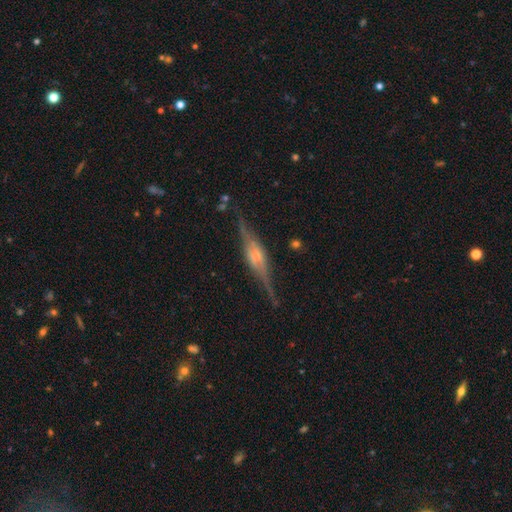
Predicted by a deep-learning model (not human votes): Morphology: type=featured or disk (82%); edge-on=yes (96%); edge-on bulge=rounded (54%); merging=none (79%).